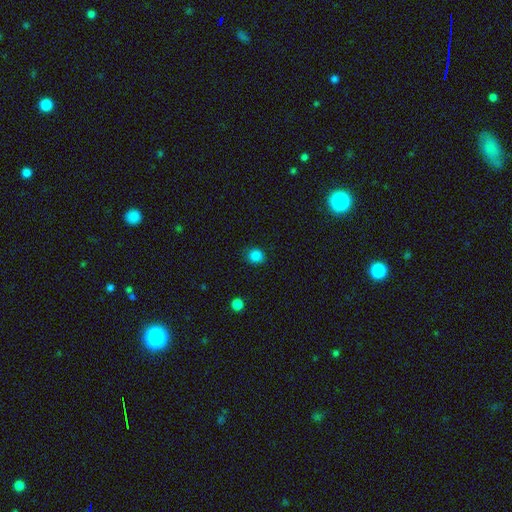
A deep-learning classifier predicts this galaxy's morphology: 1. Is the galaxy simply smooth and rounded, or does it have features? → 85% smooth, 12% star or artifact, 3% featured or disk.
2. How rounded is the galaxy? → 80% round, 19% in between, 1% cigar-shaped.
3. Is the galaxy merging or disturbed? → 88% none, 8% minor disturbance, 3% major disturbance, 1% merger.